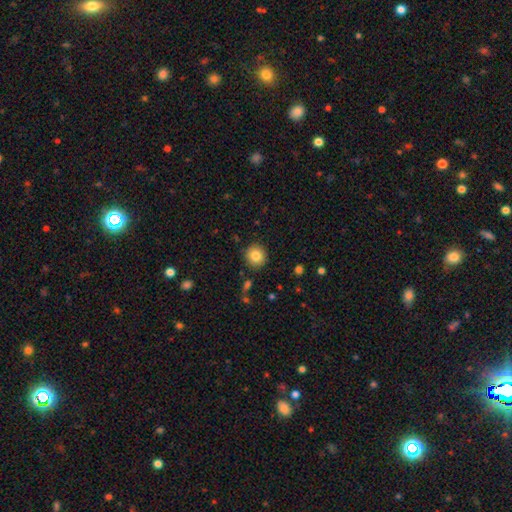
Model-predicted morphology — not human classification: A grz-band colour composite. It shows a smooth galaxy with no disk features (83%) that is round (90%). Merging: none (89%).